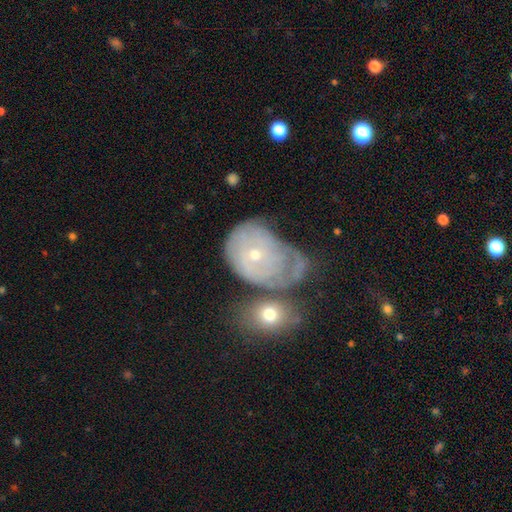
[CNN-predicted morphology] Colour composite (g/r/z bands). It shows a featured or disk galaxy (60%) with no bar (84%), spiral arms (59%) and a small central bulge (68%). Merging: none (29%).